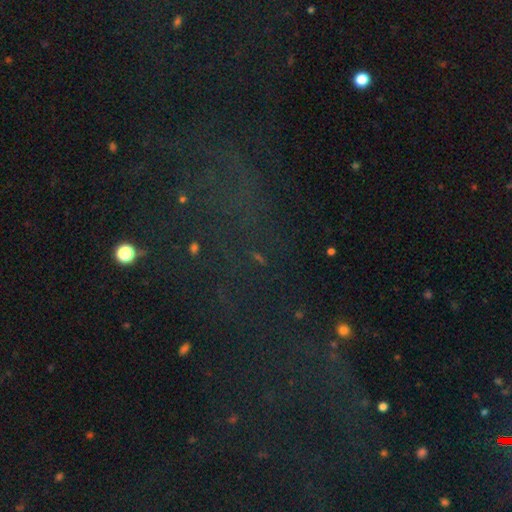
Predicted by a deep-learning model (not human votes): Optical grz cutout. It shows a star or artifact, not a galaxy (68%).